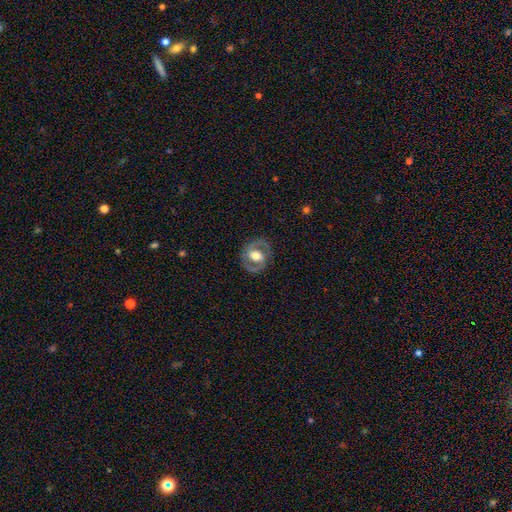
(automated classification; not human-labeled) smooth_or_featured: featured or disk (p=0.71) [alt: smooth p=0.23]
disk_edge_on: no (p=0.96) [alt: yes p=0.04]
bar: no (p=0.42) [alt: weak p=0.38]
has_spiral_arms: yes (p=0.73) [alt: no p=0.27]
bulge_size: moderate (p=0.55) [alt: large p=0.34]
merging: none (p=0.82) [alt: minor disturbance p=0.12]